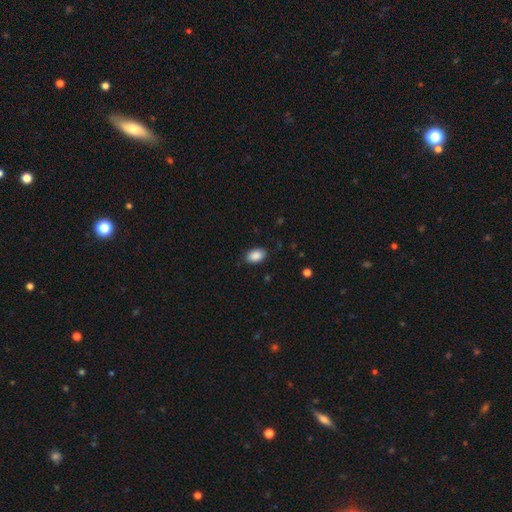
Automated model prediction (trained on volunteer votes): The model was most divided on "merging": none: 85%, minor disturbance: 11%, major disturbance: 3%, merger: 1%. More confident: how rounded — in between (92%); smooth or featured — smooth (89%).